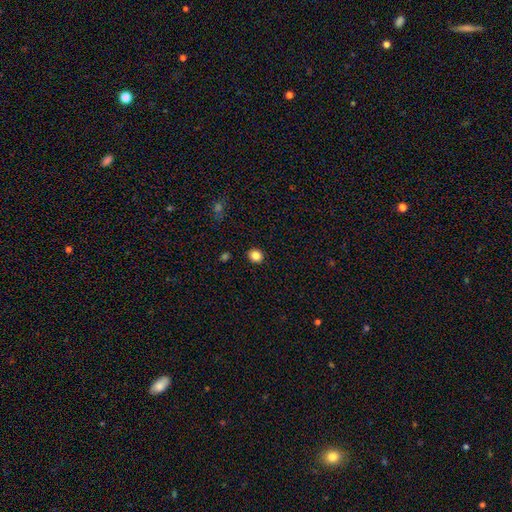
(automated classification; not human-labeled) This is clearly a smooth galaxy (84%). How rounded: likely round (74%). Merging: clearly none (90%).